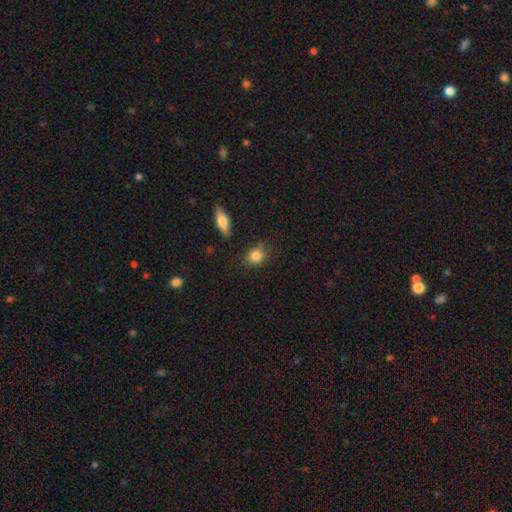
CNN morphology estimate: Q: Smooth or featured?
A: smooth (85%); runner-up: star or artifact (9%)
Q: How rounded?
A: round (62%); runner-up: in between (36%)
Q: Merging?
A: none (79%); runner-up: minor disturbance (14%)